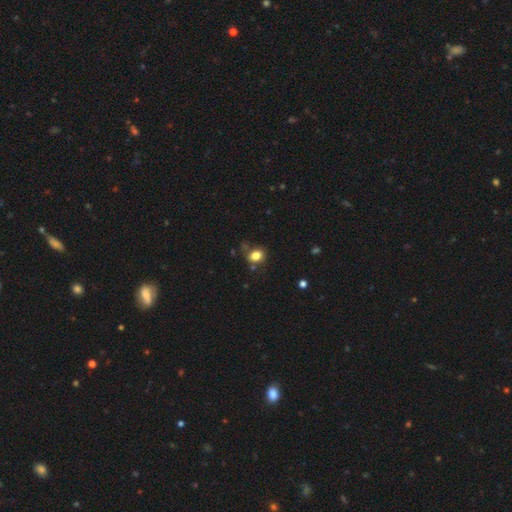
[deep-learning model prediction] smooth_or_featured: smooth (p=0.81) [alt: star or artifact p=0.12]
how_rounded: round (p=0.52) [alt: in between p=0.47]
merging: none (p=0.66) [alt: minor disturbance p=0.21]